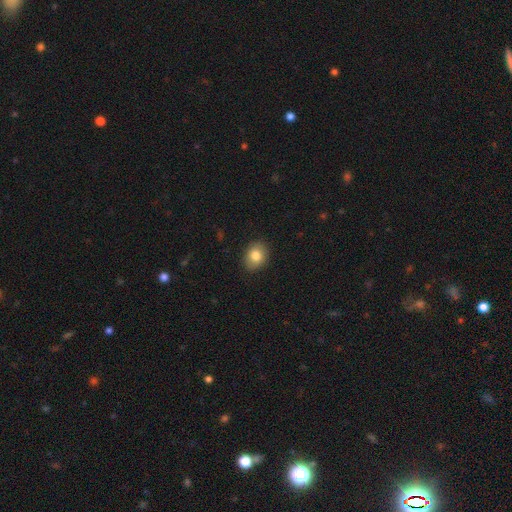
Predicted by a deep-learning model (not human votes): Q: Smooth or featured?
A: smooth (81%); runner-up: featured or disk (10%)
Q: How rounded?
A: in between (58%); runner-up: round (41%)
Q: Merging?
A: none (89%); runner-up: minor disturbance (8%)